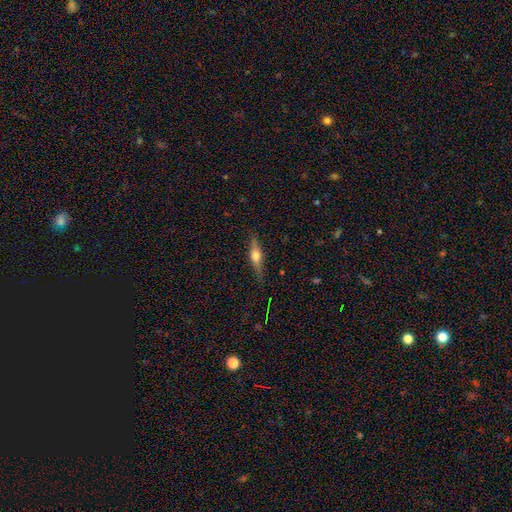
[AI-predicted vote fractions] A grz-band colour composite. It shows a featured or disk galaxy (61%) viewed edge-on (96%) with a rounded central bulge (93%). Merging: none (87%).